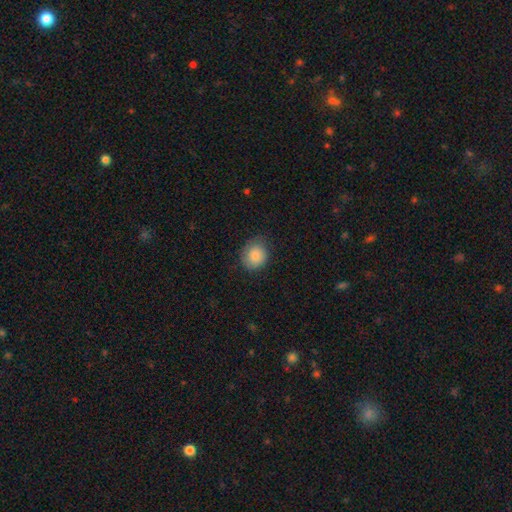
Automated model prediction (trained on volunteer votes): Smooth or featured?
  - smooth: 86% *
  - star or artifact: 7%
  - featured or disk: 7%
How rounded?
  - round: 71% *
  - in between: 28%
  - cigar-shaped: 1%
Merging?
  - none: 71% *
  - minor disturbance: 23%
  - major disturbance: 6%
  - merger: 1%